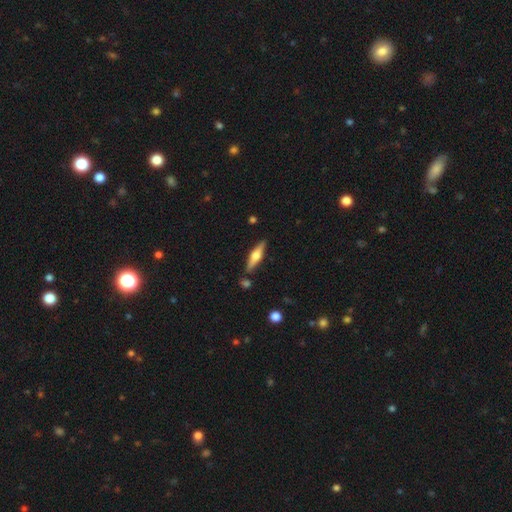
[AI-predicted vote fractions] A featured or disk galaxy (58%) viewed edge-on (95%) with a rounded central bulge (91%).

Vote fractions:
- Smooth or featured? featured or disk: 58% / smooth: 36% / star or artifact: 6%
- Edge-on disk? yes: 95% / no: 5%
- Edge-on bulge? rounded: 91% / boxy: 6% / none: 3%
- Merging? none: 84% / minor disturbance: 10% / merger: 4% / major disturbance: 2%